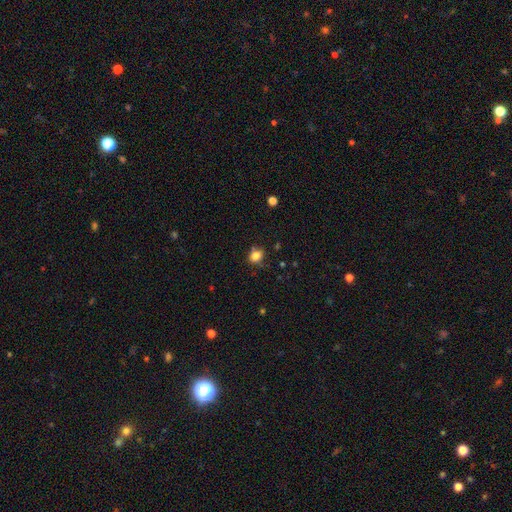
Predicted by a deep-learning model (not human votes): This is clearly a smooth galaxy (82%). How rounded: possibly round (50%). Merging: likely none (69%).